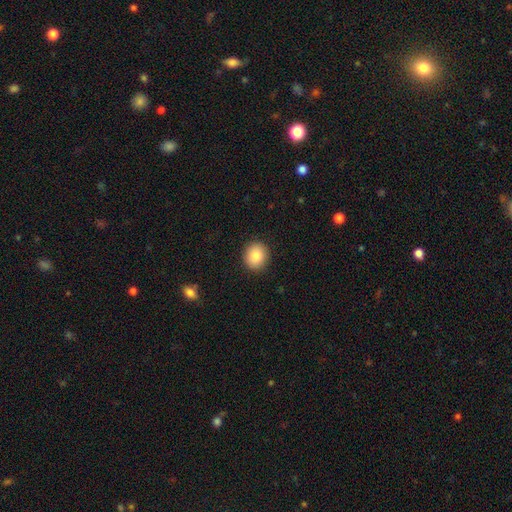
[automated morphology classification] Smooth or featured? smooth (87%)
How rounded? round (77%)
Merging? none (91%)